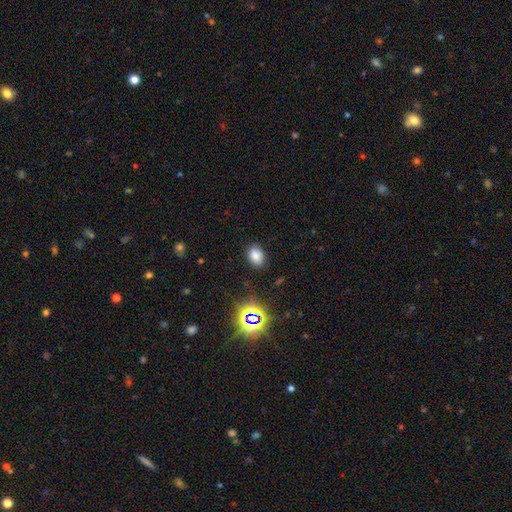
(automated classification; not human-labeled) smooth-or-featured: smooth: 77% | star or artifact: 18% | featured or disk: 6%
  how-rounded: in between: 75% | round: 24% | cigar-shaped: 1%
  merging: none: 85% | minor disturbance: 11% | major disturbance: 3% | merger: 1%